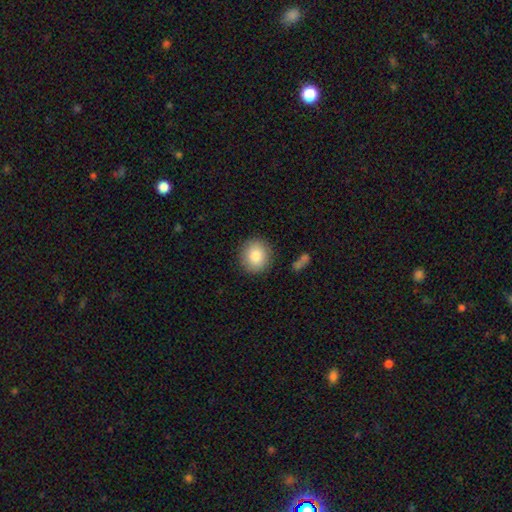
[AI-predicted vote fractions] Q: Smooth or featured?
A: smooth (84%); runner-up: featured or disk (8%)
Q: How rounded?
A: round (87%); runner-up: in between (12%)
Q: Merging?
A: none (88%); runner-up: minor disturbance (8%)